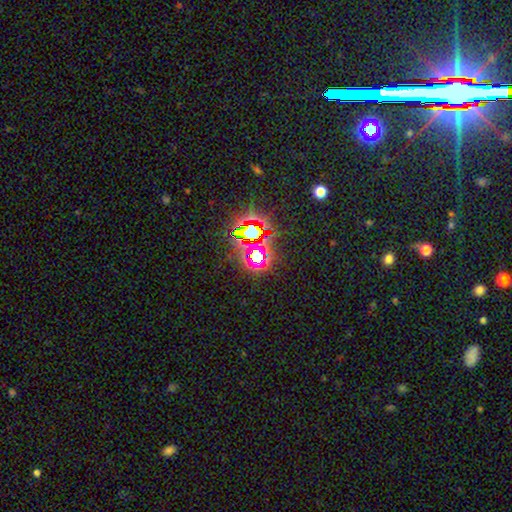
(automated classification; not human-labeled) Smooth or featured?
  - star or artifact: 76% *
  - smooth: 14%
  - featured or disk: 10%